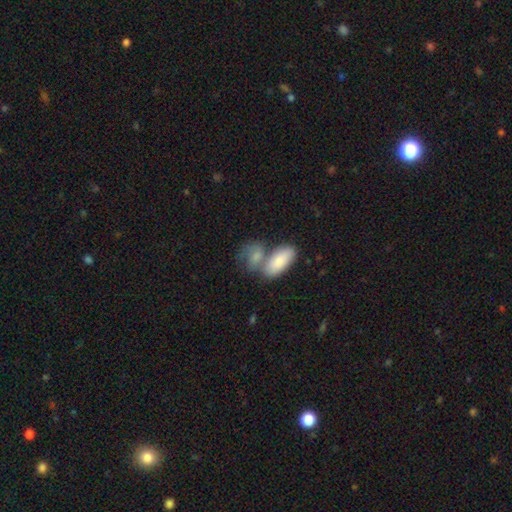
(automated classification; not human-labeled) A smooth galaxy with no disk features (74%) that is in between round and cigar-shaped (82%). Merging: merger (56%).